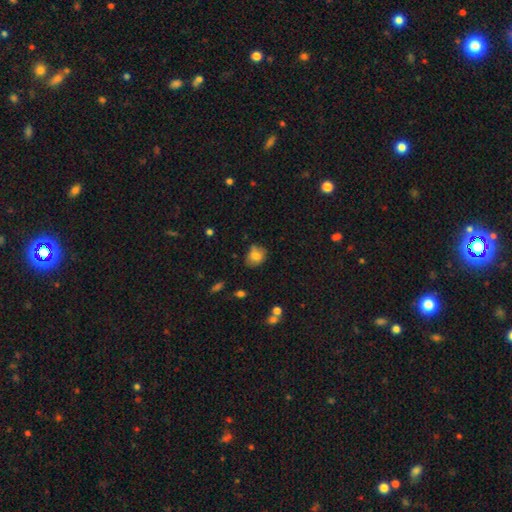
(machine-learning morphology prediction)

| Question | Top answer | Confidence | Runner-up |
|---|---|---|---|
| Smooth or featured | smooth | 76% | featured or disk (14%) |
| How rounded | round | 56% | in between (43%) |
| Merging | none | 65% | minor disturbance (26%) |